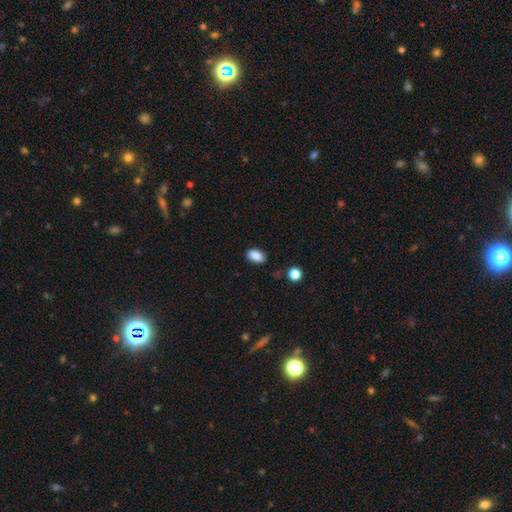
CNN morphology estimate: type=smooth (87%); roundness=in between (91%); merging=none (83%).